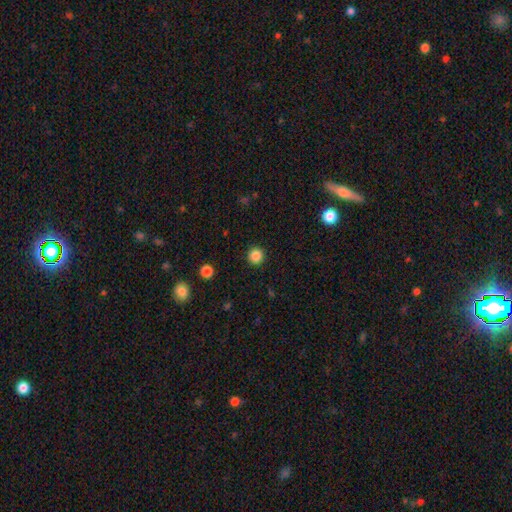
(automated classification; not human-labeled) A smooth galaxy with no disk features (86%) that is round (95%).

Vote fractions:
- Smooth or featured? smooth: 86% / star or artifact: 11% / featured or disk: 3%
- How rounded? round: 95% / in between: 4% / cigar-shaped: 1%
- Merging? none: 92% / minor disturbance: 5% / major disturbance: 2% / merger: 1%